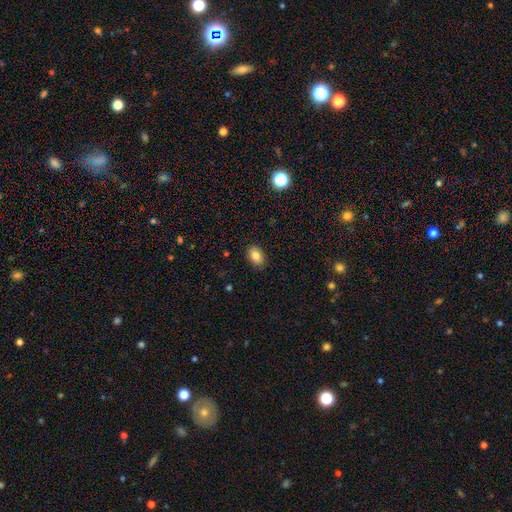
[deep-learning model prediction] smooth 85%, star or artifact 9%, featured or disk 6%. Down the decision tree: how rounded — in between (87%); merging — none (88%).